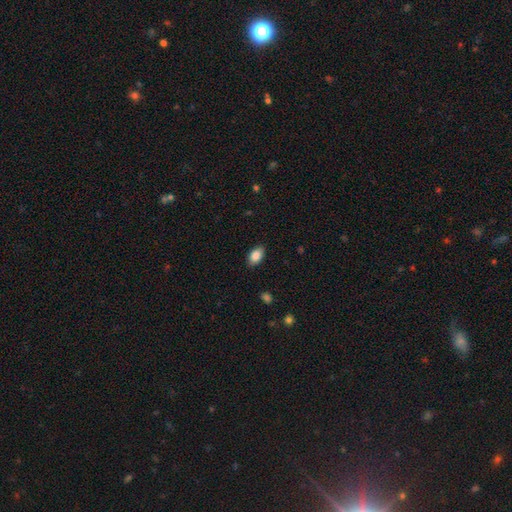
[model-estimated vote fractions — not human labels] Smooth or featured? Predicted: smooth (p=0.86). How rounded? Predicted: in between (p=0.92). Merging? Predicted: none (p=0.88).